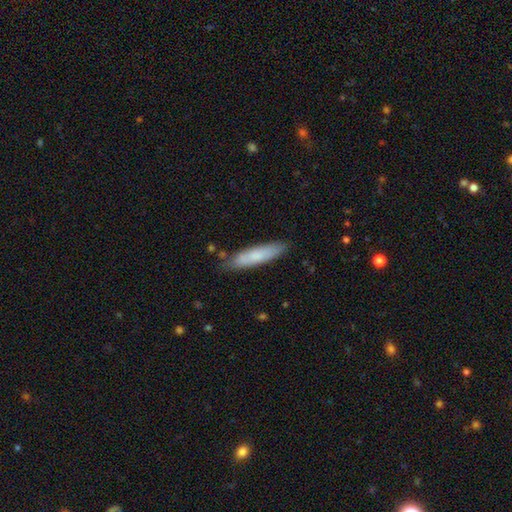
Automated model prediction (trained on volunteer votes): smooth_or_featured: smooth (p=0.76) [alt: featured or disk p=0.18]
how_rounded: cigar-shaped (p=0.80) [alt: in between p=0.19]
merging: none (p=0.81) [alt: minor disturbance p=0.15]